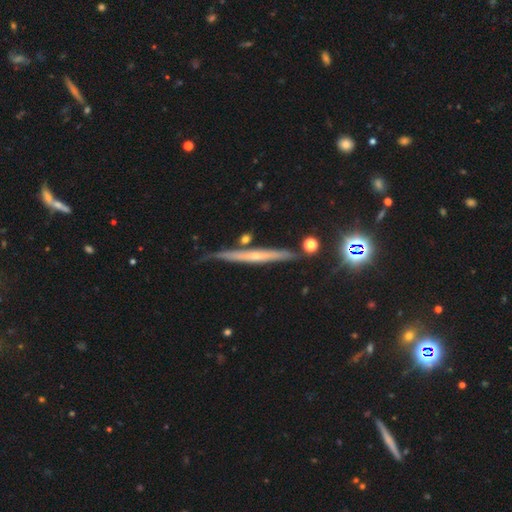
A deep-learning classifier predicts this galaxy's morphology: Q: Smooth or featured?
A: featured or disk (66%); runner-up: smooth (24%)
Q: Edge-on disk?
A: yes (95%); runner-up: no (5%)
Q: Edge-on bulge?
A: none (49%); runner-up: rounded (47%)
Q: Merging?
A: none (80%); runner-up: minor disturbance (13%)